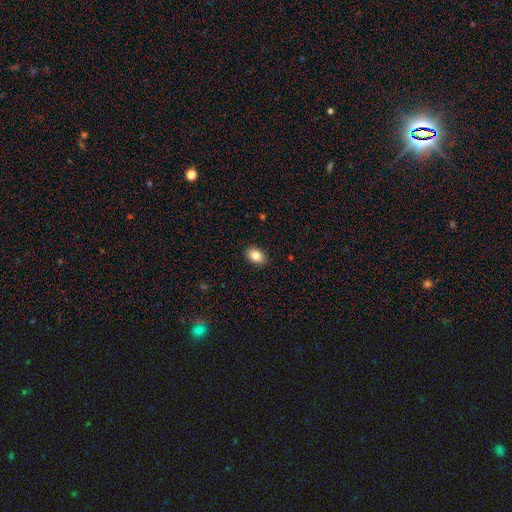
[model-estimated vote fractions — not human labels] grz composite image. It shows a smooth galaxy with no disk features (85%) that is in between round and cigar-shaped (86%). Merging: none (90%).